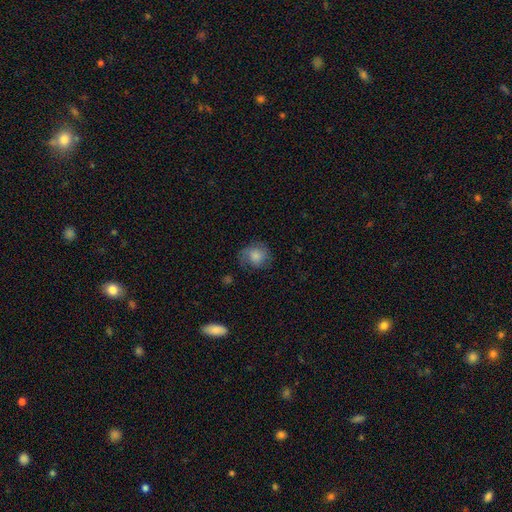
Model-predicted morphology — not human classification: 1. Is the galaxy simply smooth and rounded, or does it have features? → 76% smooth, 15% featured or disk, 8% star or artifact.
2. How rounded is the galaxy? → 75% round, 24% in between, 1% cigar-shaped.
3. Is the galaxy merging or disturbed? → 59% none, 26% minor disturbance, 14% major disturbance, 2% merger.